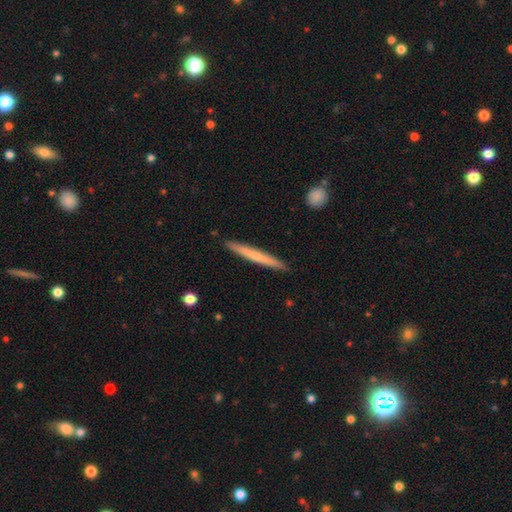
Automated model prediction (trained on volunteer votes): This is possibly a smooth galaxy (58%). How rounded: clearly cigar-shaped (97%). Merging: clearly none (92%).